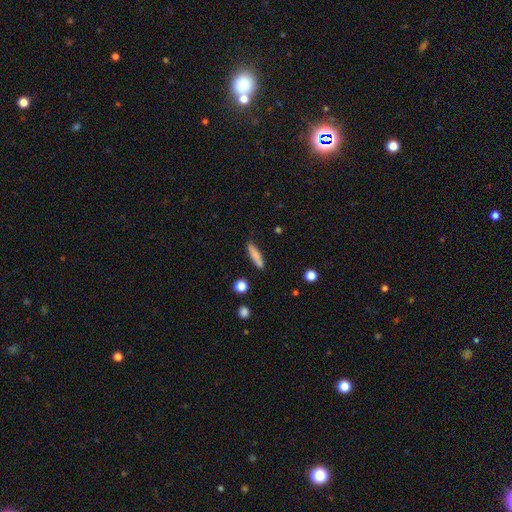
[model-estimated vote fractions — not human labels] Smooth or featured? smooth (81%)
How rounded? cigar-shaped (81%)
Merging? none (82%)